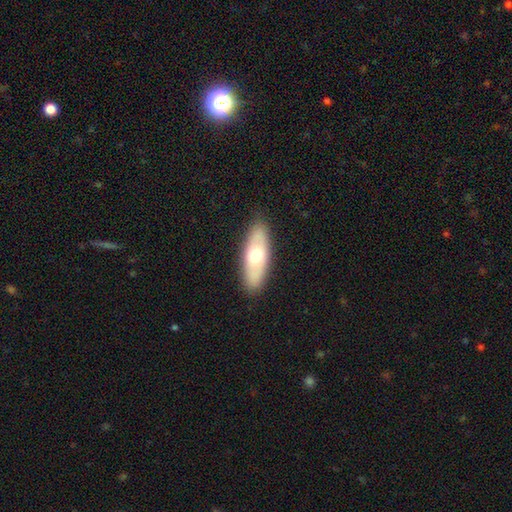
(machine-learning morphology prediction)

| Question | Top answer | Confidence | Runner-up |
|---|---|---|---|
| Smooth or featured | smooth | 57% | featured or disk (38%) |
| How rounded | in between | 68% | cigar-shaped (30%) |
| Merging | none | 88% | minor disturbance (9%) |